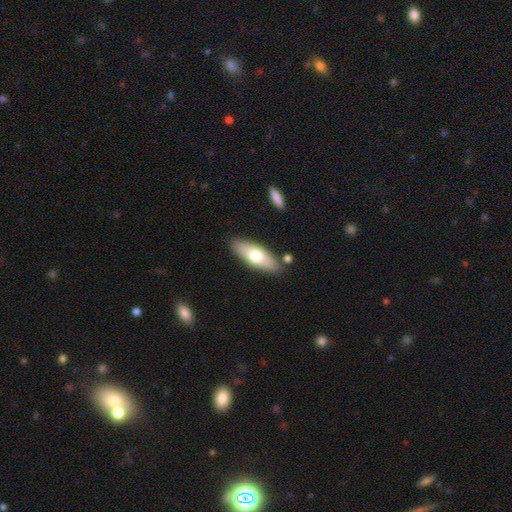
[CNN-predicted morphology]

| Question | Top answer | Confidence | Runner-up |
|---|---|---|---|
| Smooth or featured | smooth | 65% | featured or disk (29%) |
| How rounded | in between | 67% | cigar-shaped (31%) |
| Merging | none | 85% | minor disturbance (10%) |